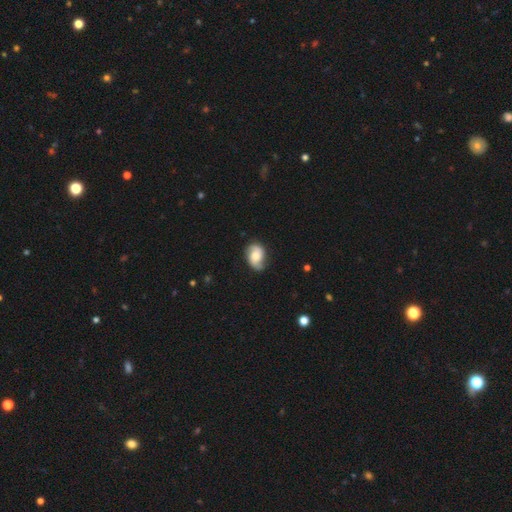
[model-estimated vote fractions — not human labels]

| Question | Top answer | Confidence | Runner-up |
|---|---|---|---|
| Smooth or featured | featured or disk | 55% | smooth (38%) |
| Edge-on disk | no | 97% | yes (3%) |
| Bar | no | 66% | weak (28%) |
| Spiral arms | yes | 90% | no (10%) |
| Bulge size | moderate | 56% | small (23%) |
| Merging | none | 71% | minor disturbance (22%) |